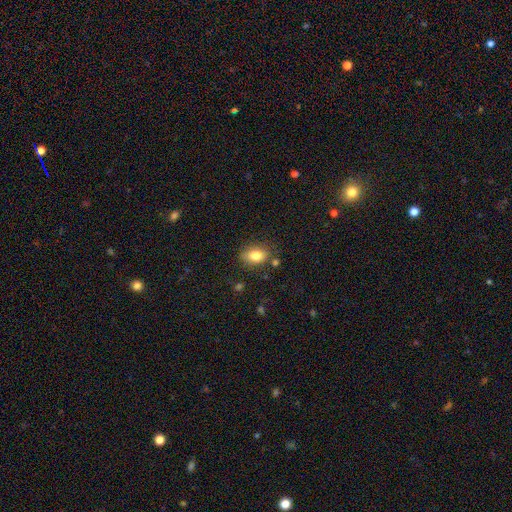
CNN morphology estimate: type=smooth (82%); roundness=in between (80%); merging=none (77%).